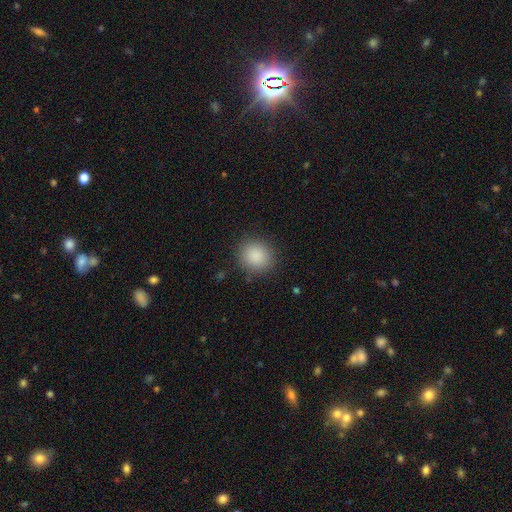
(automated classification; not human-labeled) A smooth galaxy with no disk features (88%) that is round (85%). Merging: none (87%).